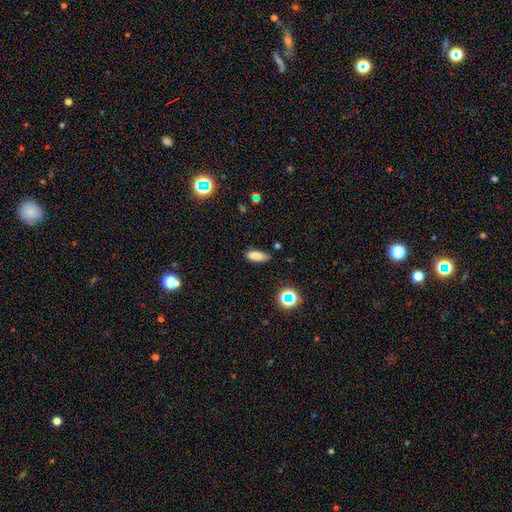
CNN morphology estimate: Smooth or featured?
  - smooth: 81% *
  - star or artifact: 12%
  - featured or disk: 7%
How rounded?
  - in between: 76% *
  - cigar-shaped: 20%
  - round: 3%
Merging?
  - none: 71% *
  - minor disturbance: 22%
  - major disturbance: 4%
  - merger: 3%